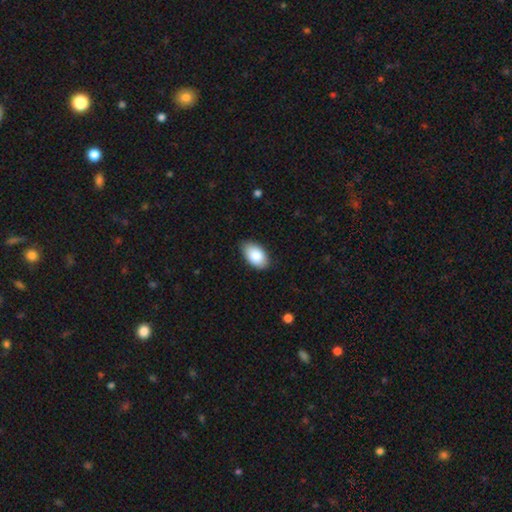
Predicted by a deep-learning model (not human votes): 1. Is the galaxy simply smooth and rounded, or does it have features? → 85% smooth, 8% featured or disk, 6% star or artifact.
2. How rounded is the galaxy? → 94% in between, 5% round, 1% cigar-shaped.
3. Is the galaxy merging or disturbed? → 85% none, 12% minor disturbance, 2% major disturbance, 1% merger.